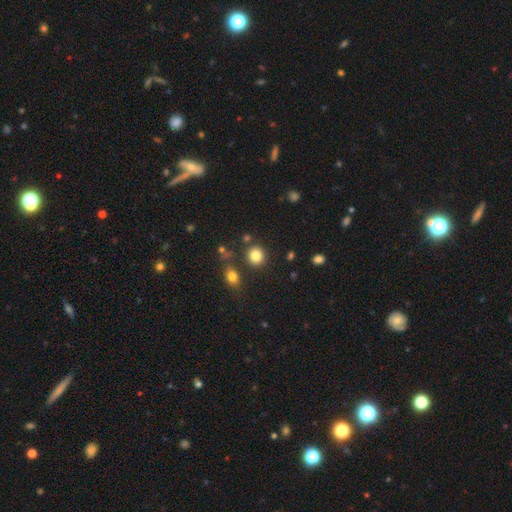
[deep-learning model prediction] This is clearly a smooth galaxy (83%). How rounded: clearly round (86%). Merging: clearly none (83%).